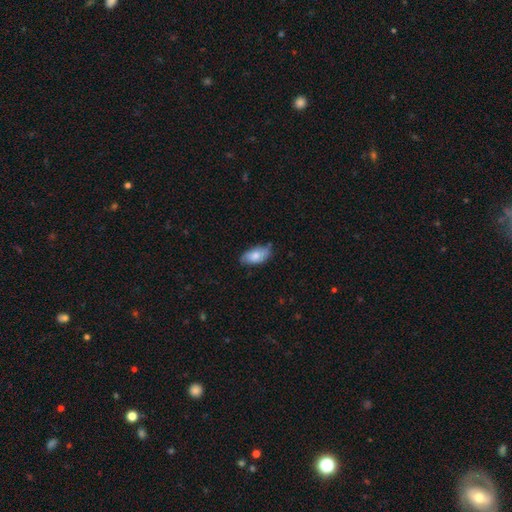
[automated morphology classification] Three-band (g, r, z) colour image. It shows a smooth galaxy with no disk features (76%) that is in between round and cigar-shaped (92%). Merging: none (68%).